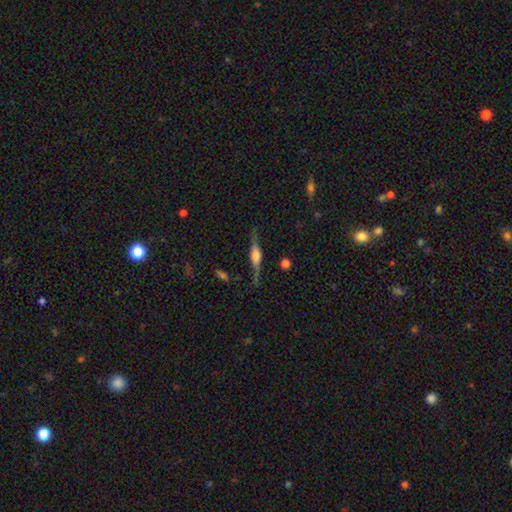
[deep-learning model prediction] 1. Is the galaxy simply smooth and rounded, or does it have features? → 71% featured or disk, 22% smooth, 7% star or artifact.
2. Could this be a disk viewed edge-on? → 96% yes, 4% no.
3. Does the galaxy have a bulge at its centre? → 72% rounded, 24% boxy, 4% none.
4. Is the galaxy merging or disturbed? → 77% none, 15% minor disturbance, 5% major disturbance, 2% merger.